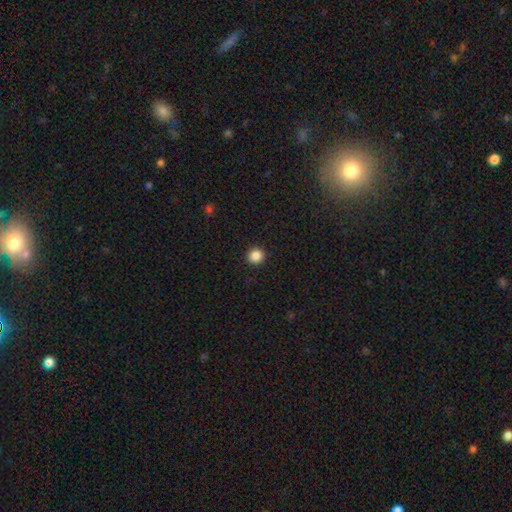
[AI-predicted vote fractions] Morphology: type=smooth (86%); roundness=round (94%); merging=none (93%).